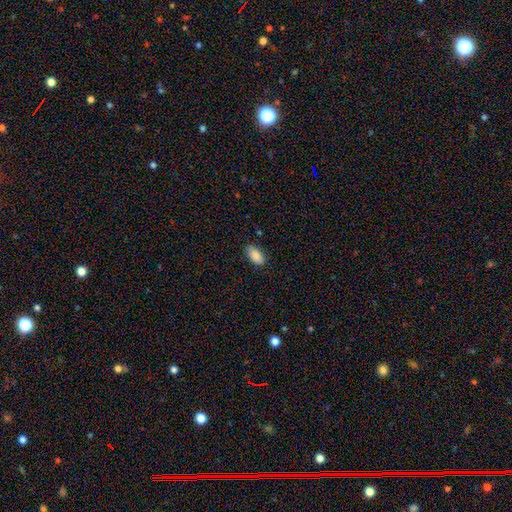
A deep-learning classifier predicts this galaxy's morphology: Q: Smooth or featured?
A: smooth (89%); runner-up: star or artifact (7%)
Q: How rounded?
A: in between (94%); runner-up: cigar-shaped (3%)
Q: Merging?
A: none (85%); runner-up: minor disturbance (11%)